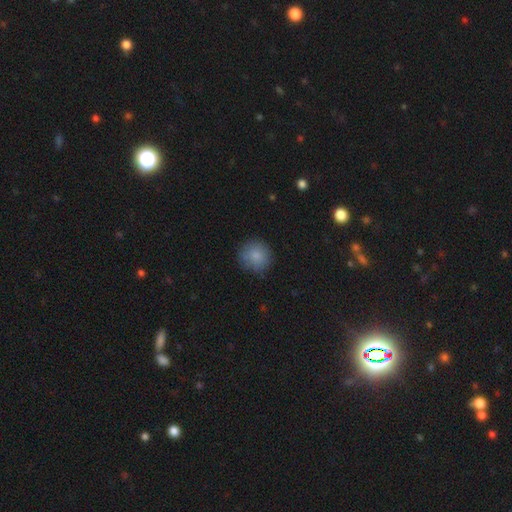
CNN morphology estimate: The model was most divided on "merging": none: 83%, minor disturbance: 13%, major disturbance: 3%, merger: 1%. More confident: how rounded — round (92%); smooth or featured — smooth (85%).